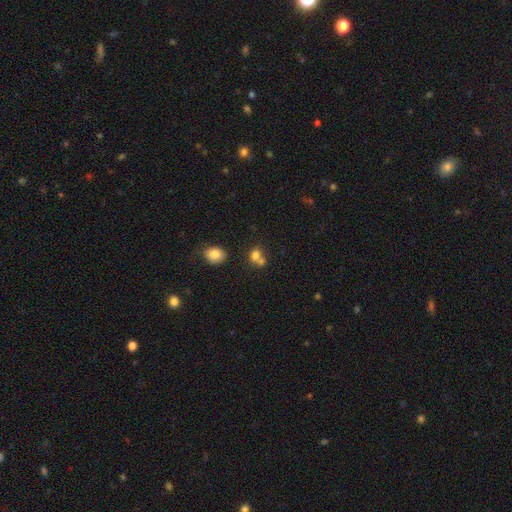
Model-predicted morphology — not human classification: This appears to be a smooth galaxy with no disk features (76%) that is round (64%). Merging: merger (50%).